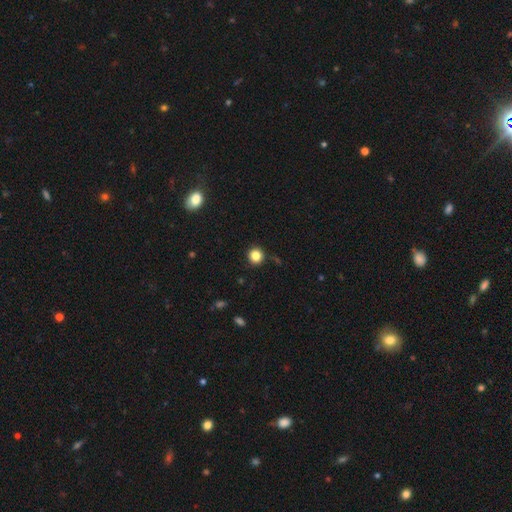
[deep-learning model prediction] The model was most divided on "smooth or featured": smooth: 84%, star or artifact: 12%, featured or disk: 4%. More confident: how rounded — round (93%); merging — none (89%).